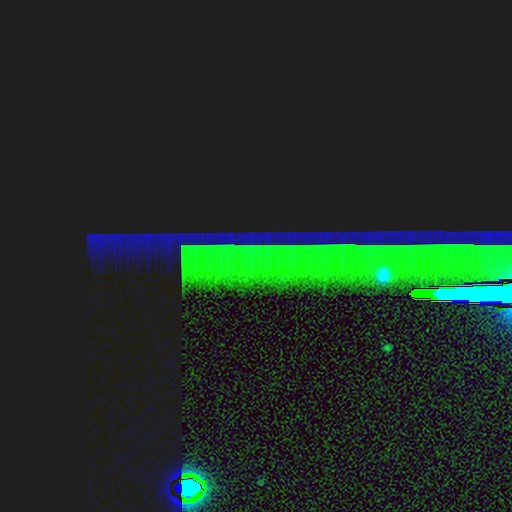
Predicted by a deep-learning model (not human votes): Smooth or featured? star or artifact (81%)